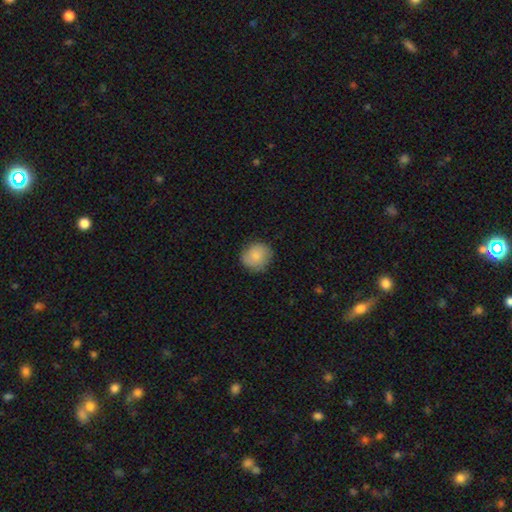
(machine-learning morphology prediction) A smooth galaxy with no disk features (79%) that is round (80%).

Vote fractions:
- Smooth or featured? smooth: 79% / featured or disk: 14% / star or artifact: 7%
- How rounded? round: 80% / in between: 19% / cigar-shaped: 1%
- Merging? none: 76% / minor disturbance: 19% / major disturbance: 4% / merger: 1%